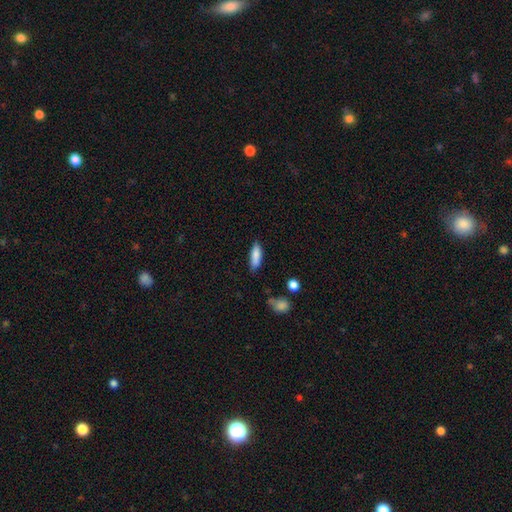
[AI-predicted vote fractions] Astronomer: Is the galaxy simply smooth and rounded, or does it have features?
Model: smooth — 85%.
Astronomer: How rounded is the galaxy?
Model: in between — 51% (runner-up: cigar-shaped, 47%).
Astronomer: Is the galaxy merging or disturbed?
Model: none — 78%.